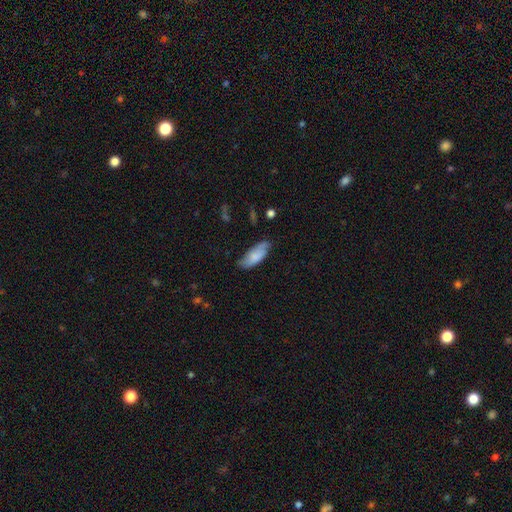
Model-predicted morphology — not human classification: smooth 73%, featured or disk 20%, star or artifact 6%. Down the decision tree: how rounded — in between (79%); merging — none (64%).